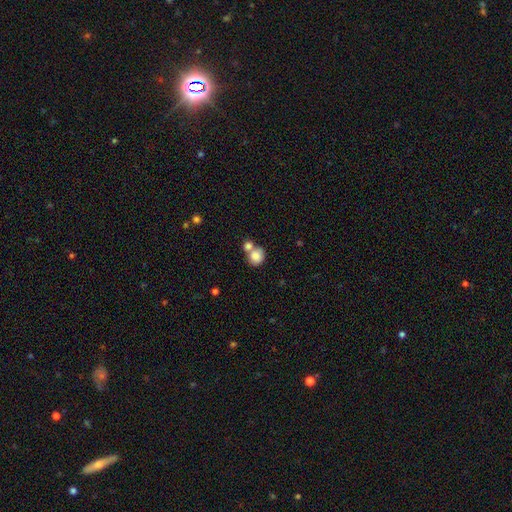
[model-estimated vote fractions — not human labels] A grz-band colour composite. It shows a smooth galaxy with no disk features (83%) that is round (79%). Merging: merger (48%).